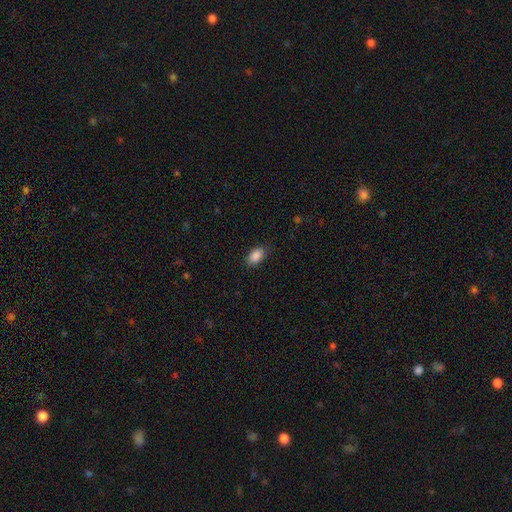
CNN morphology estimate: Smooth or featured: smooth — 89% (star or artifact — 8%)
How rounded: in between — 90% (round — 8%)
Merging: none — 84% (minor disturbance — 12%)